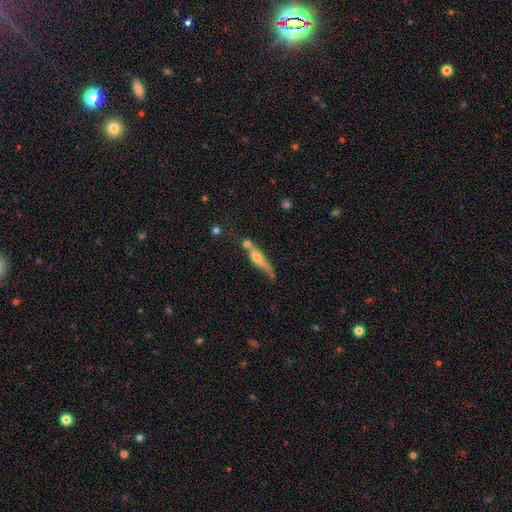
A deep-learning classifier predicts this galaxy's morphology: A featured or disk galaxy (46%). Merging: none (46%).